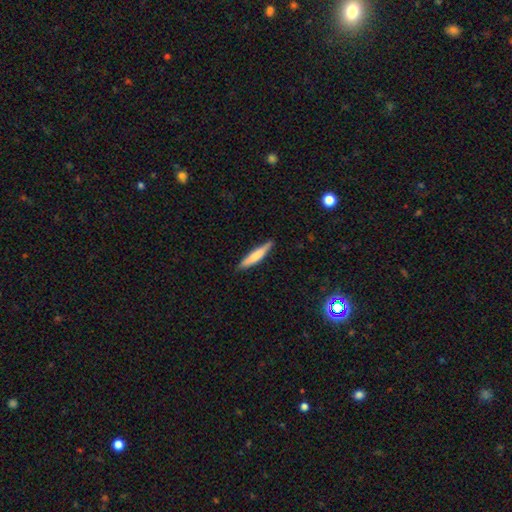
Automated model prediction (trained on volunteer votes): Smooth or featured?
  - smooth: 70% *
  - featured or disk: 25%
  - star or artifact: 5%
How rounded?
  - cigar-shaped: 90% *
  - in between: 9%
  - round: 1%
Merging?
  - none: 84% *
  - minor disturbance: 13%
  - major disturbance: 2%
  - merger: 1%